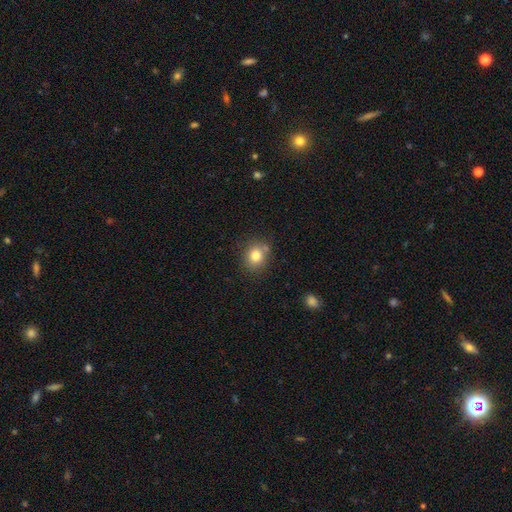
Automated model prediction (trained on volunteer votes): smooth-or-featured: smooth: 80% | star or artifact: 12% | featured or disk: 9%
  how-rounded: round: 76% | in between: 23% | cigar-shaped: 1%
  merging: none: 74% | minor disturbance: 13% | merger: 9% | major disturbance: 3%